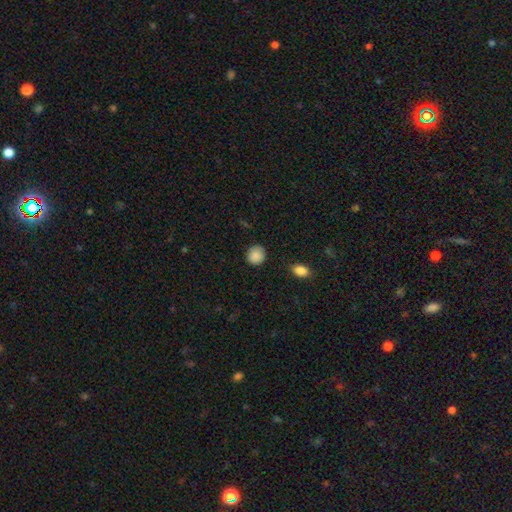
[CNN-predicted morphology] Smooth or featured? Predicted: smooth (p=0.88). How rounded? Predicted: round (p=0.87). Merging? Predicted: none (p=0.86).